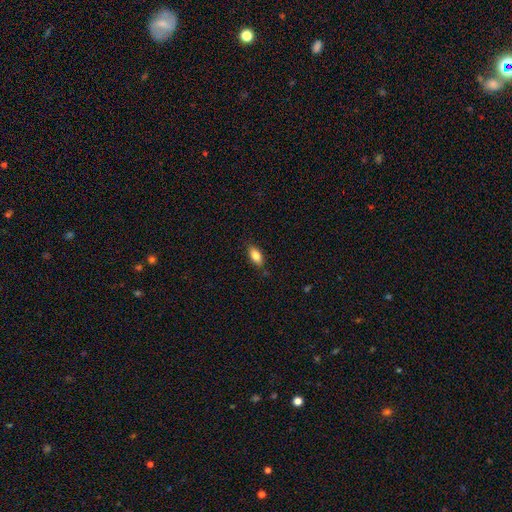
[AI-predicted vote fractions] smooth_or_featured: smooth (p=0.81) [alt: featured or disk p=0.12]
how_rounded: in between (p=0.87) [alt: cigar-shaped p=0.09]
merging: none (p=0.83) [alt: minor disturbance p=0.13]